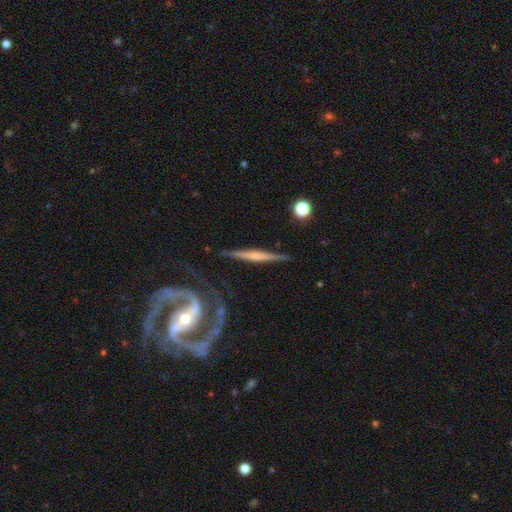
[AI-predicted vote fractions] This appears to be a featured or disk galaxy (75%) viewed edge-on (95%) with a rounded central bulge (57%). Merging: none (78%).